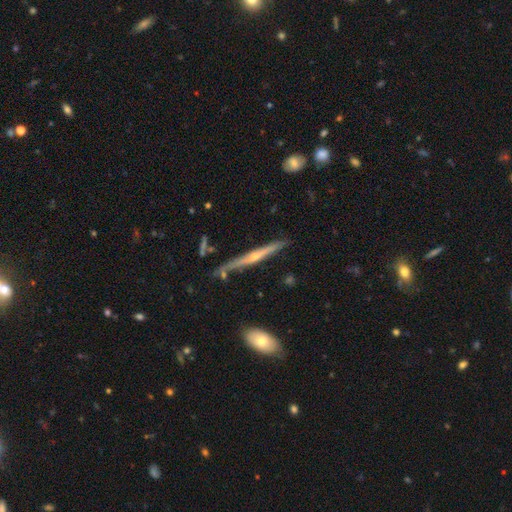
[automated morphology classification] Smooth or featured? featured or disk (77%)
Edge-on disk? yes (97%)
Edge-on bulge? rounded (78%)
Merging? none (83%)